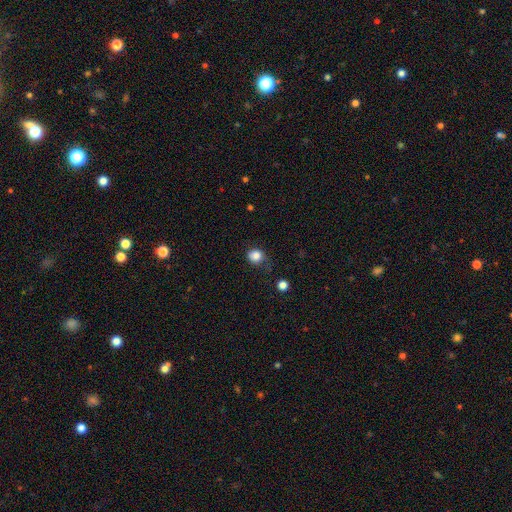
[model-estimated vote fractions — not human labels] Smooth or featured?
  - smooth: 84% *
  - star or artifact: 11%
  - featured or disk: 6%
How rounded?
  - round: 76% *
  - in between: 23%
  - cigar-shaped: 1%
Merging?
  - none: 62% *
  - minor disturbance: 26%
  - major disturbance: 9%
  - merger: 2%